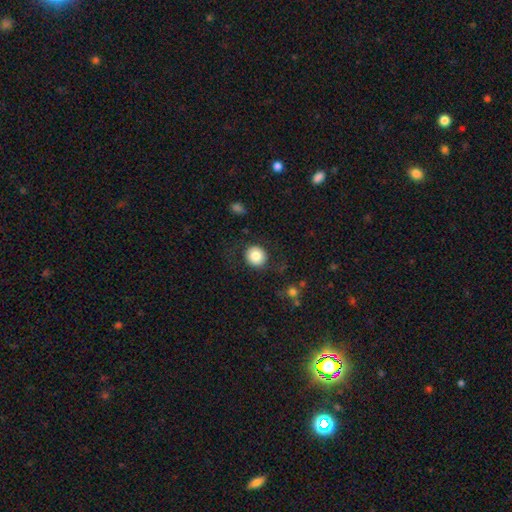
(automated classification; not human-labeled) smooth_or_featured: smooth (p=0.83) [alt: featured or disk p=0.09]
how_rounded: round (p=0.87) [alt: in between p=0.12]
merging: none (p=0.83) [alt: minor disturbance p=0.10]